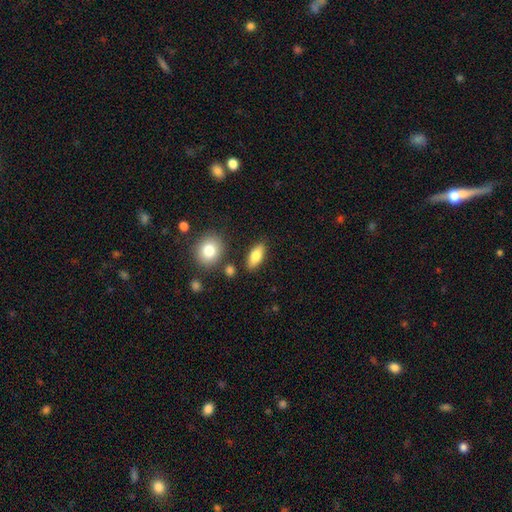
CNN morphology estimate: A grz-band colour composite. It shows a smooth galaxy with no disk features (79%) that is in between round and cigar-shaped (81%). Merging: none (83%).